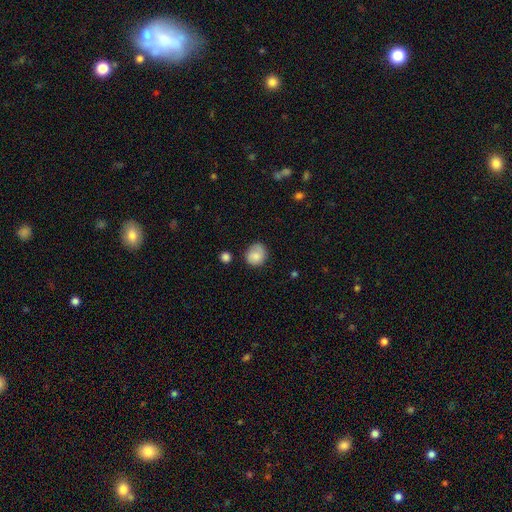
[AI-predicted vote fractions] smooth 82%, featured or disk 10%, star or artifact 8%. Down the decision tree: how rounded — round (77%); merging — none (68%).